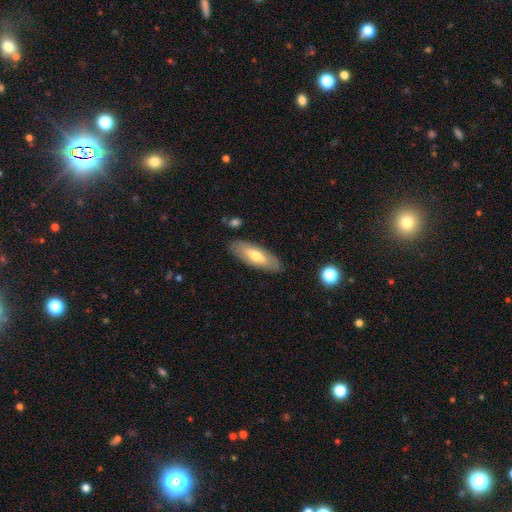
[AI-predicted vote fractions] A smooth galaxy with no disk features (57%) that is in between round and cigar-shaped (69%). Merging: none (85%).